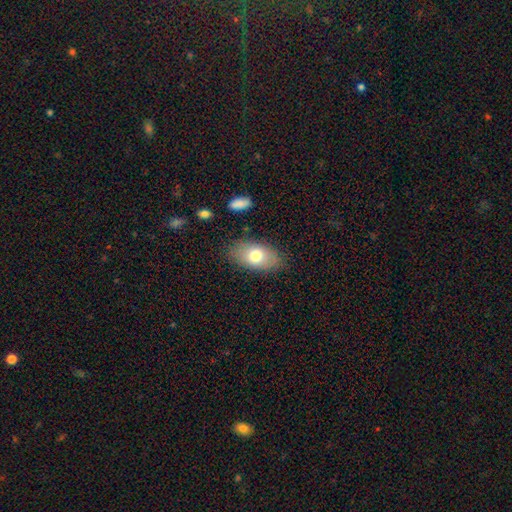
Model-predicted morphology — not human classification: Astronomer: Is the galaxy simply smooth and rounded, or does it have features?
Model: smooth — 74%.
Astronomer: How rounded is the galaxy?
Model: in between — 92%.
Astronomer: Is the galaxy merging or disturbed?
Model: none — 82%.